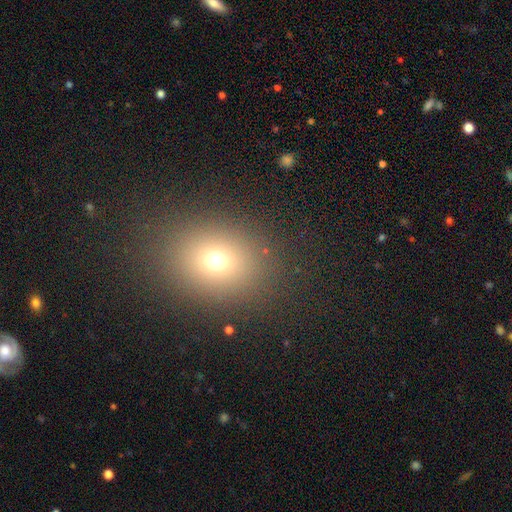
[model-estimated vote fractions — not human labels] Smooth or featured? smooth (66%)
How rounded? round (51%)
Merging? none (89%)